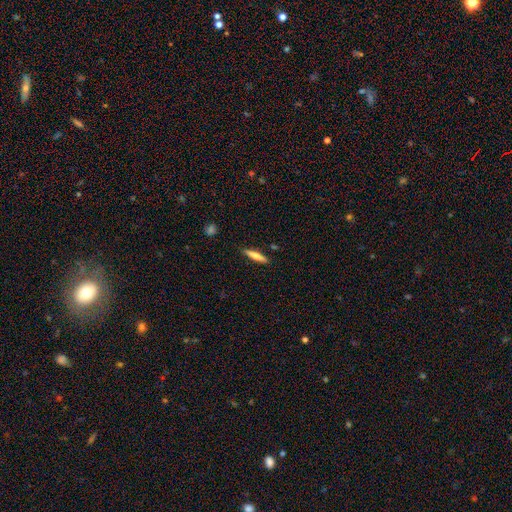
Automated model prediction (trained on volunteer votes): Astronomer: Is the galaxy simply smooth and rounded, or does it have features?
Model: smooth — 67%.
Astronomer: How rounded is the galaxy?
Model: cigar-shaped — 86%.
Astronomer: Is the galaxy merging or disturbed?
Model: none — 88%.